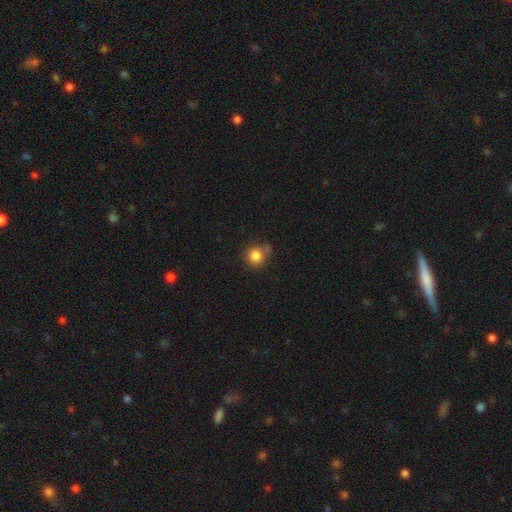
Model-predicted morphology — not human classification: smooth 84%, star or artifact 11%, featured or disk 5%. Down the decision tree: how rounded — round (88%); merging — none (64%).